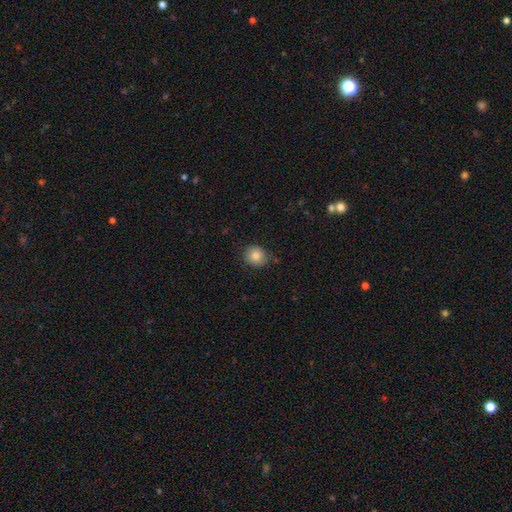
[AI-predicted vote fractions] This is clearly a smooth galaxy (85%). How rounded: clearly round (80%). Merging: clearly none (82%).